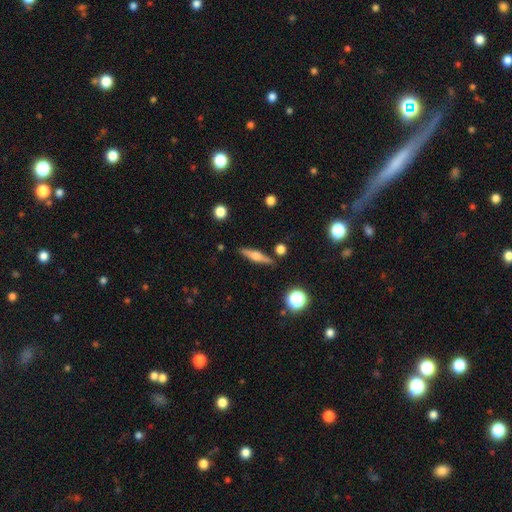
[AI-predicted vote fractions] Morphology: type=featured or disk (55%); edge-on=yes (96%); edge-on bulge=rounded (83%); merging=none (86%).